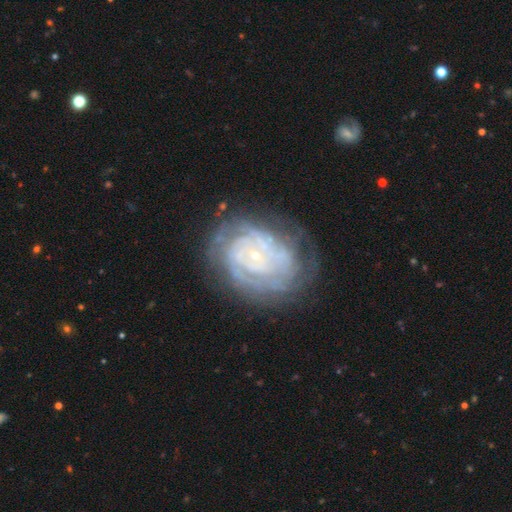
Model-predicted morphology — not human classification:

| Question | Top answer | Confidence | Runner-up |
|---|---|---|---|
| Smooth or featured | featured or disk | 82% | smooth (10%) |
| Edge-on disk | no | 97% | yes (3%) |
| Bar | no | 77% | weak (18%) |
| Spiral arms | yes | 90% | no (10%) |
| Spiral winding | tight | 78% | medium (17%) |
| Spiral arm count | can't tell | 44% | 4 (14%) |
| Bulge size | small | 85% | moderate (9%) |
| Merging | none | 66% | minor disturbance (20%) |